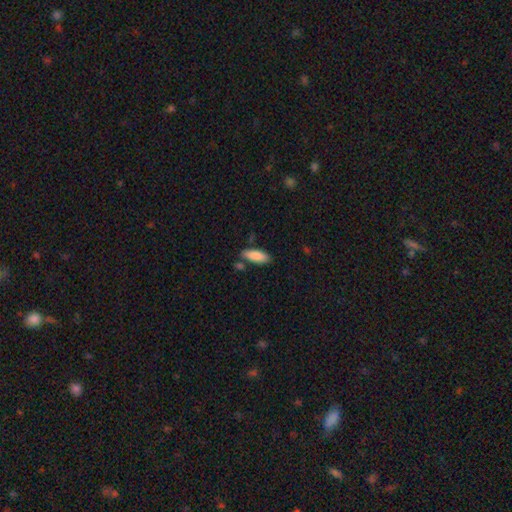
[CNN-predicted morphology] This appears to be a smooth galaxy with no disk features (87%) that is in between round and cigar-shaped (67%). Merging: none (77%).